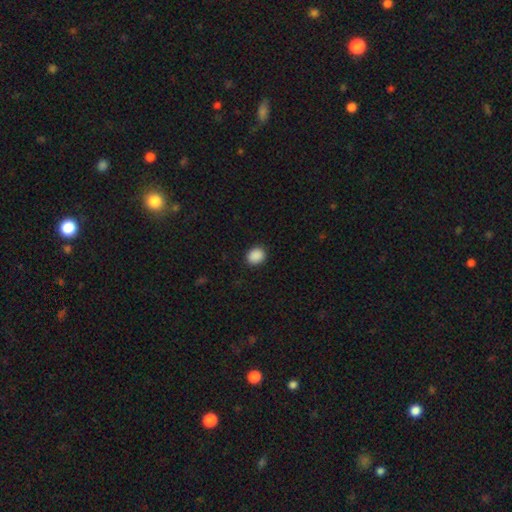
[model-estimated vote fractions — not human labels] A smooth galaxy with no disk features (90%) that is round (62%). Merging: none (90%).